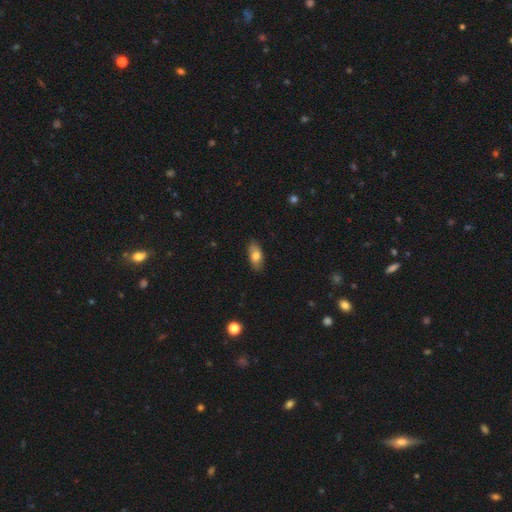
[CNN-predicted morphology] This appears to be a smooth galaxy with no disk features (77%) that is in between round and cigar-shaped (89%). Merging: none (85%).